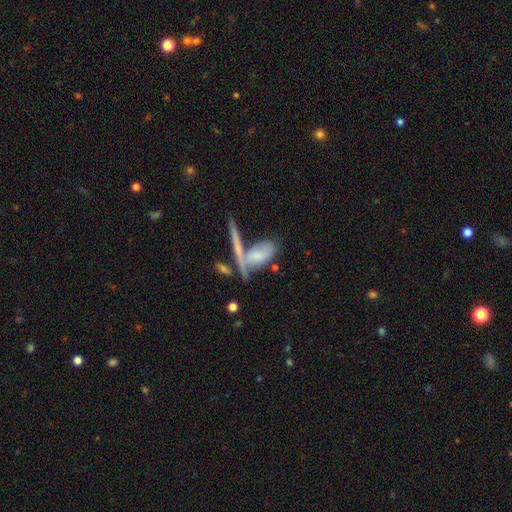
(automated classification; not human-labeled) Smooth or featured?
  - smooth: 53% *
  - featured or disk: 39%
  - star or artifact: 8%
How rounded?
  - in between: 63% *
  - cigar-shaped: 32%
  - round: 5%
Merging?
  - merger: 40% *
  - none: 35%
  - minor disturbance: 16%
  - major disturbance: 9%